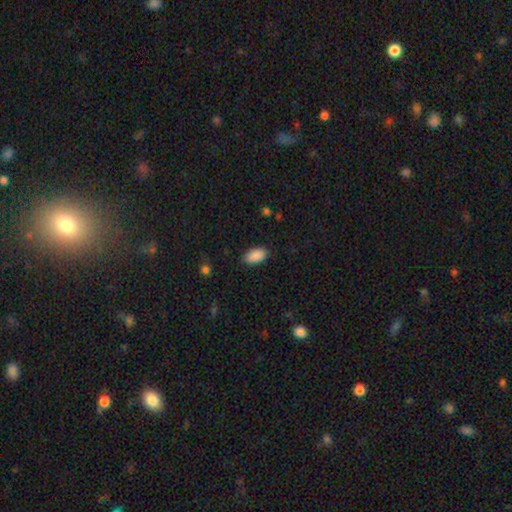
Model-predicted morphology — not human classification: Smooth or featured? smooth (90%)
How rounded? in between (94%)
Merging? none (85%)